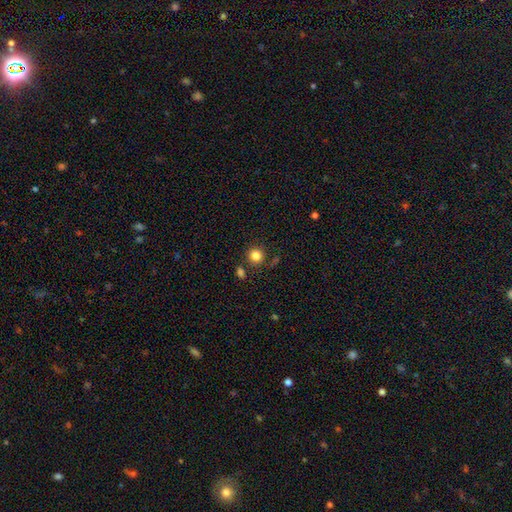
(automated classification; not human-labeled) smooth_or_featured: smooth (p=0.84) [alt: star or artifact p=0.11]
how_rounded: round (p=0.92) [alt: in between p=0.07]
merging: none (p=0.81) [alt: minor disturbance p=0.08]